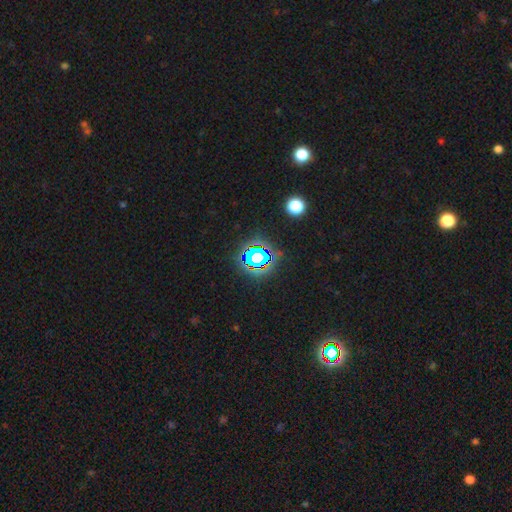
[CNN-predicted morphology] smooth_or_featured: star or artifact (p=0.70) [alt: smooth p=0.18]